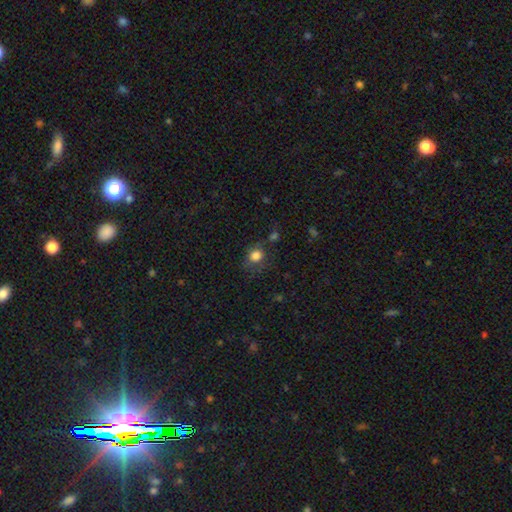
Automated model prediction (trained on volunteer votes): Smooth or featured? smooth (80%)
How rounded? round (73%)
Merging? none (64%)